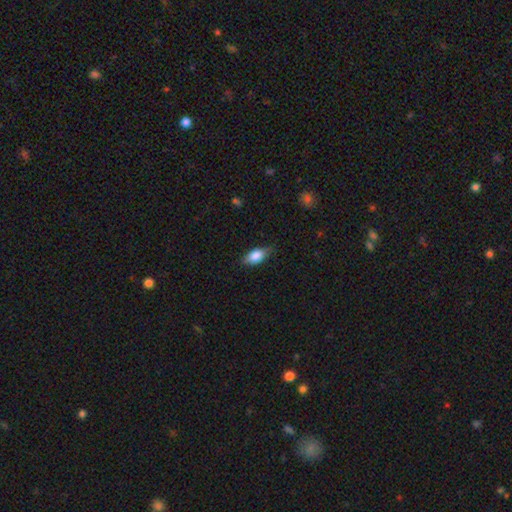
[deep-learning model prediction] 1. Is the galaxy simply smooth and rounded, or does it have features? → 82% smooth, 12% featured or disk, 7% star or artifact.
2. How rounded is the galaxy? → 87% in between, 8% cigar-shaped, 5% round.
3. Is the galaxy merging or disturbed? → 74% none, 21% minor disturbance, 4% major disturbance, 1% merger.